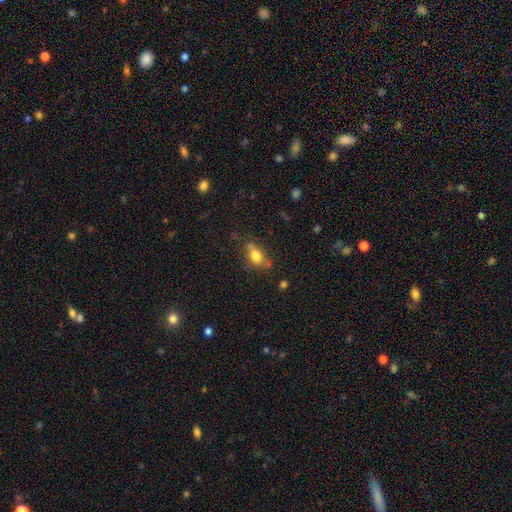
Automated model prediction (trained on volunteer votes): Overall: smooth (76%). How rounded: in between (76%). Merging: none (58%; minor disturbance 23%).